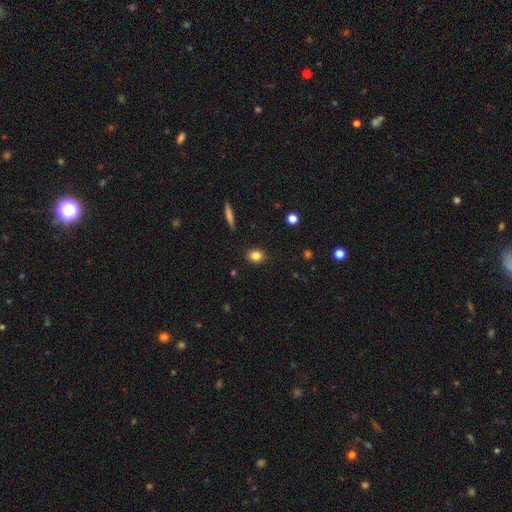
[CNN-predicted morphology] A smooth galaxy with no disk features (83%) that is round (67%). Merging: none (90%).